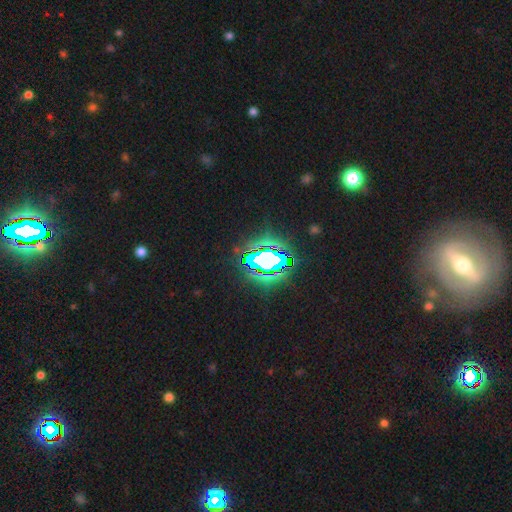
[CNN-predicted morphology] Smooth or featured: star or artifact — 74% (featured or disk — 14%)